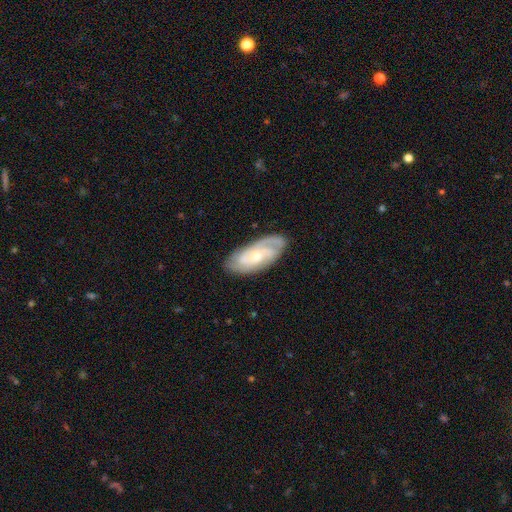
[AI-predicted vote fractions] Smooth or featured?
  - featured or disk: 78% *
  - smooth: 16%
  - star or artifact: 5%
Edge-on disk?
  - no: 93% *
  - yes: 7%
Bar?
  - no: 63% *
  - weak: 31%
  - strong: 6%
Spiral arms?
  - yes: 95% *
  - no: 5%
Spiral winding?
  - tight: 58% *
  - medium: 34%
  - loose: 8%
Spiral arm count?
  - 2: 33% *
  - 3: 26%
  - can't tell: 26%
  - 4: 7%
  - 1: 5%
  - more than 4: 3%
Bulge size?
  - small: 51% *
  - moderate: 43%
  - large: 2%
  - none: 2%
  - dominant: 1%
Merging?
  - none: 79% *
  - minor disturbance: 15%
  - major disturbance: 4%
  - merger: 1%